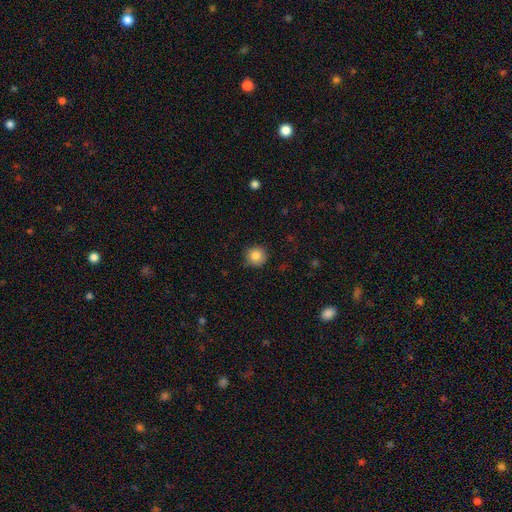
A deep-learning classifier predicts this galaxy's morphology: Smooth or featured? Predicted: smooth (p=0.84). How rounded? Predicted: round (p=0.93). Merging? Predicted: none (p=0.85).